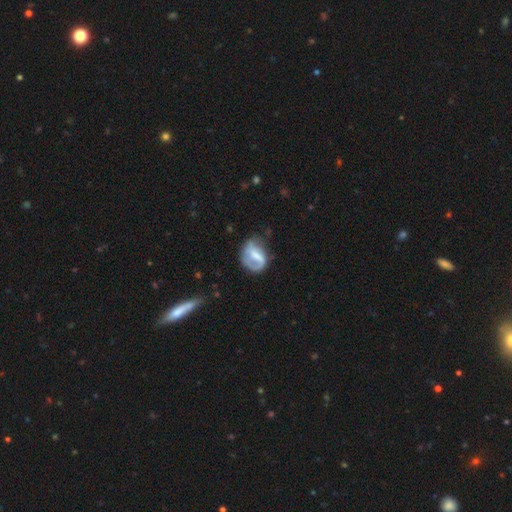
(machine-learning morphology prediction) Smooth or featured? featured or disk (57%)
Edge-on disk? no (97%)
Bar? weak (44%)
Spiral arms? yes (72%)
Bulge size? moderate (31%)
Merging? none (44%)